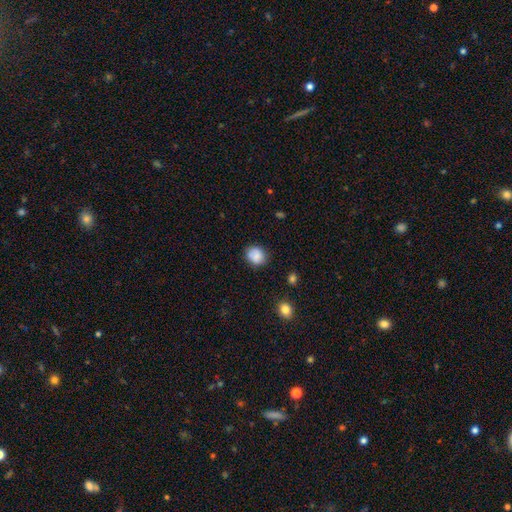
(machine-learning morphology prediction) type=smooth (83%); roundness=round (68%); merging=none (72%).